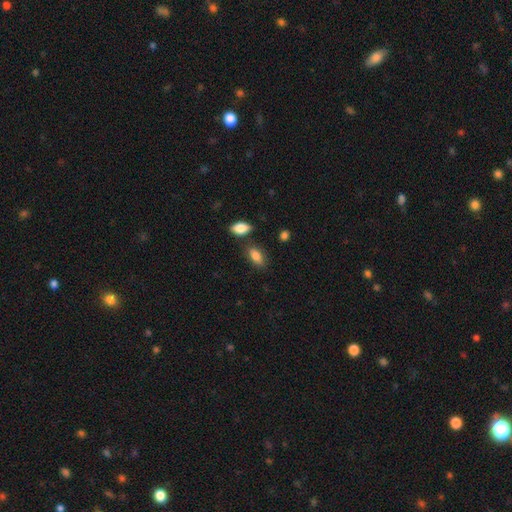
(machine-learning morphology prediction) smooth 85%, star or artifact 8%, featured or disk 7%. Down the decision tree: how rounded — in between (88%); merging — none (75%).